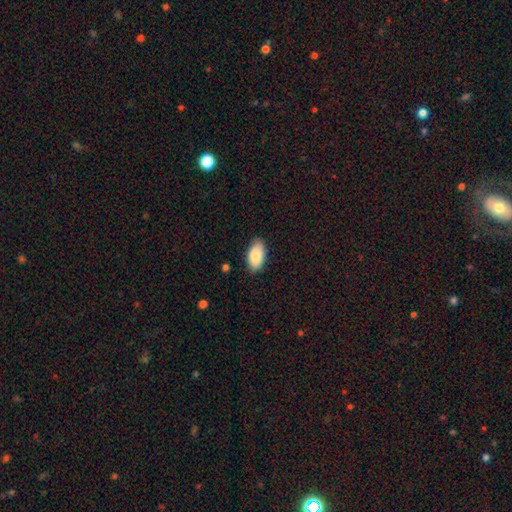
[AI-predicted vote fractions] A smooth galaxy with no disk features (87%) that is in between round and cigar-shaped (95%).

Vote fractions:
- Smooth or featured? smooth: 87% / featured or disk: 7% / star or artifact: 6%
- How rounded? in between: 95% / round: 3% / cigar-shaped: 3%
- Merging? none: 86% / minor disturbance: 11% / major disturbance: 2% / merger: 1%